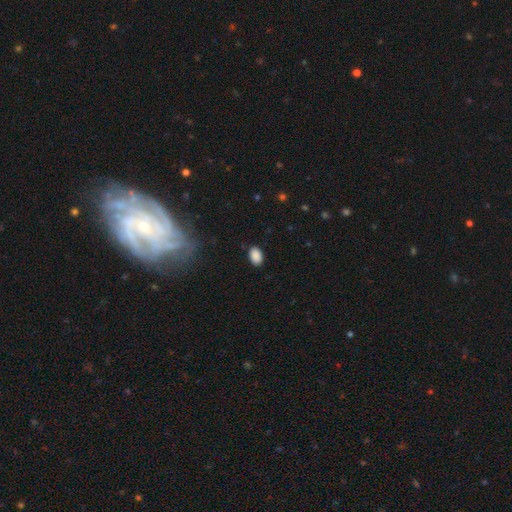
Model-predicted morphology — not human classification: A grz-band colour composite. It shows a smooth galaxy with no disk features (89%) that is in between round and cigar-shaped (89%). Merging: none (87%).